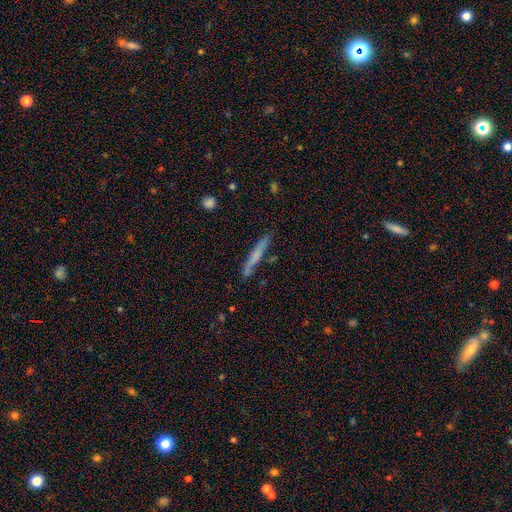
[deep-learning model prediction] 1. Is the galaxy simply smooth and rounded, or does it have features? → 60% smooth, 34% featured or disk, 7% star or artifact.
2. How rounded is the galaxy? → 95% cigar-shaped, 3% in between, 2% round.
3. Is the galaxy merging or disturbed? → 80% none, 14% minor disturbance, 3% merger, 3% major disturbance.